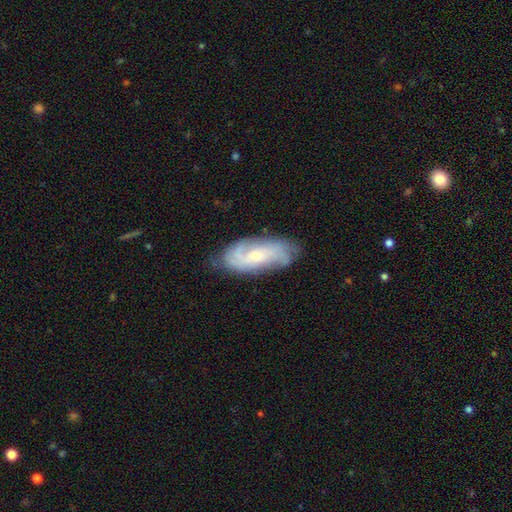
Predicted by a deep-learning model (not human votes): Smooth or featured?
  - featured or disk: 73% *
  - smooth: 20%
  - star or artifact: 7%
Edge-on disk?
  - no: 91% *
  - yes: 9%
Bar?
  - no: 62% *
  - weak: 32%
  - strong: 7%
Spiral arms?
  - yes: 93% *
  - no: 7%
Spiral winding?
  - tight: 47% *
  - medium: 38%
  - loose: 16%
Spiral arm count?
  - can't tell: 35% *
  - 2: 24%
  - 3: 21%
  - 4: 12%
  - more than 4: 4%
  - 1: 4%
Bulge size?
  - small: 59% *
  - moderate: 36%
  - none: 2%
  - large: 2%
  - dominant: 1%
Merging?
  - none: 74% *
  - minor disturbance: 19%
  - major disturbance: 5%
  - merger: 1%